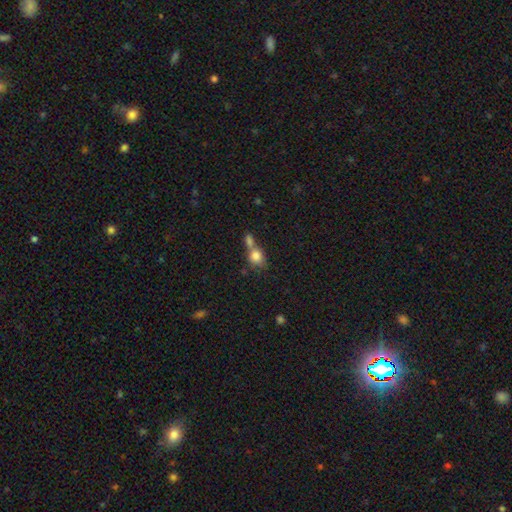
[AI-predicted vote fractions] A smooth galaxy with no disk features (81%) that is round (65%). Merging: merger (56%).